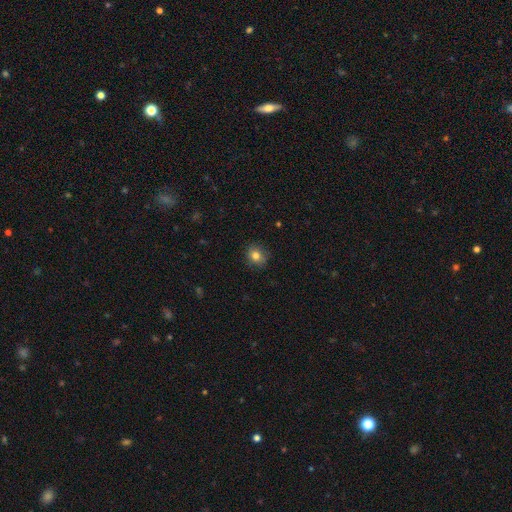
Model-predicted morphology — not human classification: A smooth galaxy with no disk features (81%) that is round (79%). Merging: none (85%).